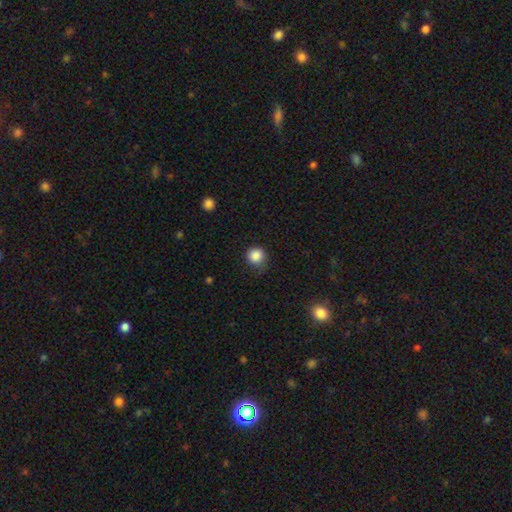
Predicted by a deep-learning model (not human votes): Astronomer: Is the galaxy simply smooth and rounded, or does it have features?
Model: smooth — 87%.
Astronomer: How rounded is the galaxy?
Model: round — 92%.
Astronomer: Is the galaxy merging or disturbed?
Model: none — 75%.